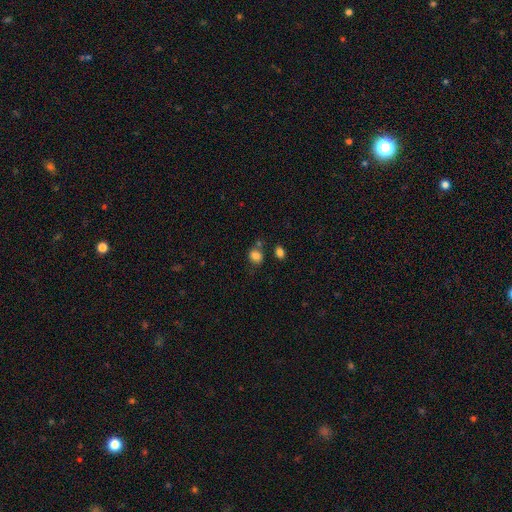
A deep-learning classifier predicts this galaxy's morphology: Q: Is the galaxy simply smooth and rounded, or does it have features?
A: smooth — 83%.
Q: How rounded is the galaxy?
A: round — 56%.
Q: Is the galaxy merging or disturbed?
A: none — 65%.